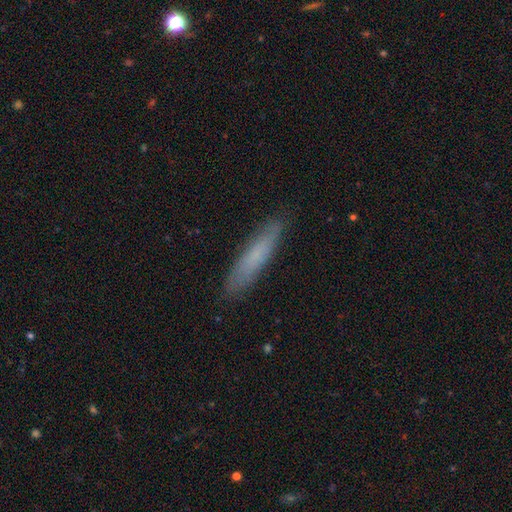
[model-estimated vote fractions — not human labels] Smooth or featured?
  - smooth: 69% *
  - featured or disk: 24%
  - star or artifact: 7%
How rounded?
  - cigar-shaped: 89% *
  - in between: 10%
  - round: 1%
Merging?
  - none: 88% *
  - minor disturbance: 9%
  - major disturbance: 2%
  - merger: 1%